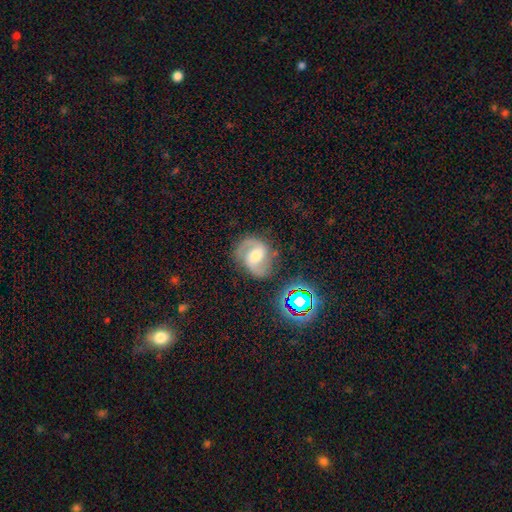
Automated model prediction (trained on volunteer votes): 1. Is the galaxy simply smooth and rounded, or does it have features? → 80% featured or disk, 10% smooth, 9% star or artifact.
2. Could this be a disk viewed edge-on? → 98% no, 2% yes.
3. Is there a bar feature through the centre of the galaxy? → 49% weak, 25% no, 25% strong.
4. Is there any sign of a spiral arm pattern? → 96% yes, 4% no.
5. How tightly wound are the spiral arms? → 56% medium, 24% tight, 21% loose.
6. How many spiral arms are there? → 89% 2, 4% can't tell, 4% 1, 1% 3, 1% 4, 1% more than 4.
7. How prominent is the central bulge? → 64% moderate, 24% small, 9% large, 2% none, 1% dominant.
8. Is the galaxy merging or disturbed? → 76% none, 16% minor disturbance, 6% major disturbance, 2% merger.